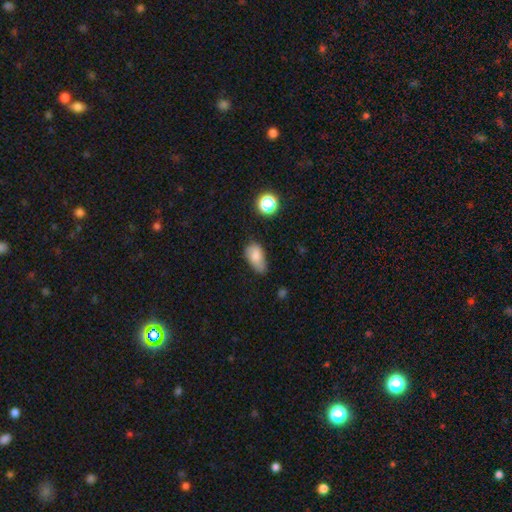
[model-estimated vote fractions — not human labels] This appears to be a smooth galaxy with no disk features (80%) that is in between round and cigar-shaped (90%). Merging: minor disturbance (43%).